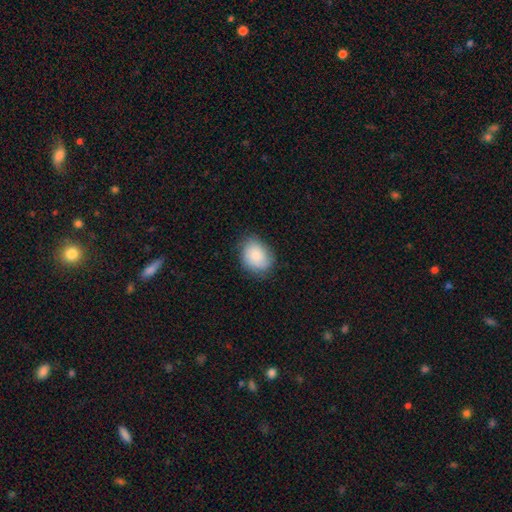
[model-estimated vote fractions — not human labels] The model was most divided on "how rounded": in between: 54%, round: 45%, cigar-shaped: 1%. More confident: smooth or featured — smooth (80%); merging — none (75%).